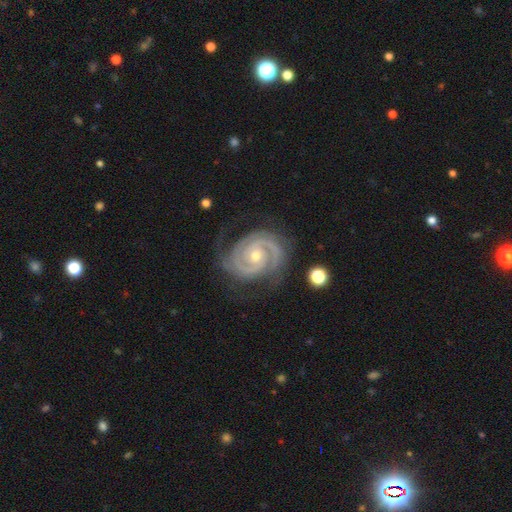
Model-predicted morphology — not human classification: type=featured or disk (93%); edge-on=no (98%); bar=no (66%); spiral arms=yes (99%); winding=tight (76%); arm count=2 (81%); bulge=small (50%); merging=none (76%).